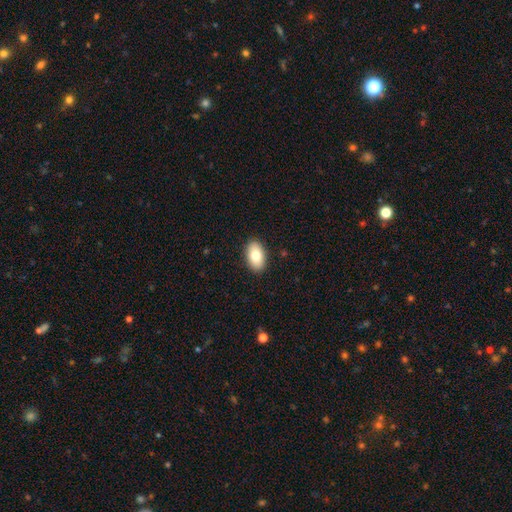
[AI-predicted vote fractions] The model was most divided on "smooth or featured": smooth: 80%, featured or disk: 12%, star or artifact: 7%. More confident: how rounded — in between (93%); merging — none (90%).